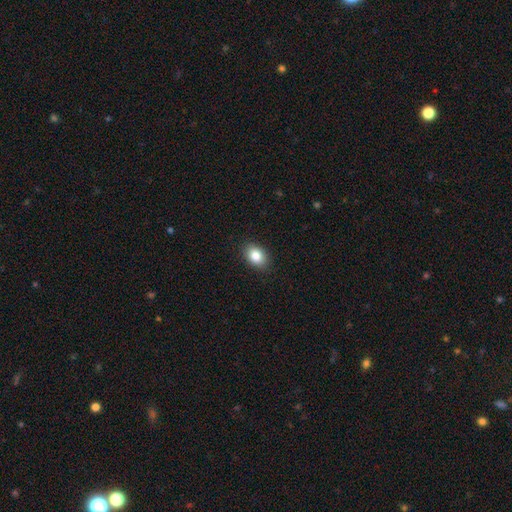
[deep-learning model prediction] smooth-or-featured: smooth: 85% | star or artifact: 8% | featured or disk: 7%
  how-rounded: in between: 79% | round: 20% | cigar-shaped: 1%
  merging: none: 89% | minor disturbance: 8% | major disturbance: 2% | merger: 1%